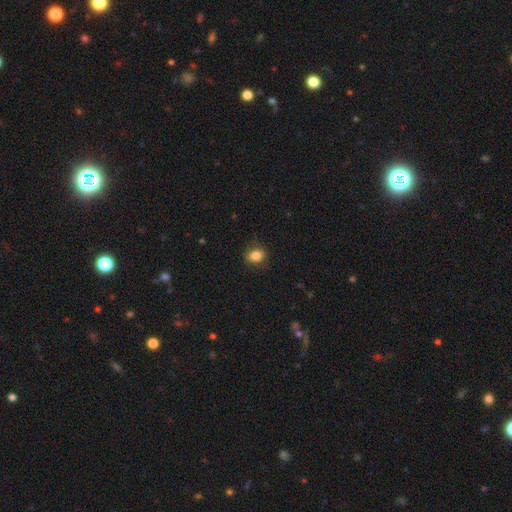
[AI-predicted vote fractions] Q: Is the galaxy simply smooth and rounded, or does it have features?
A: smooth — 84%.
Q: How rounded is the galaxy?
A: in between — 56%.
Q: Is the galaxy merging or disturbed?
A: none — 82%.